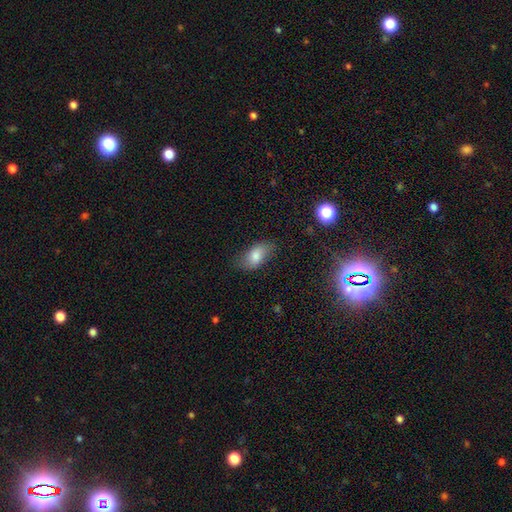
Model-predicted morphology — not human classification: Smooth or featured? smooth (79%)
How rounded? in between (91%)
Merging? none (72%)